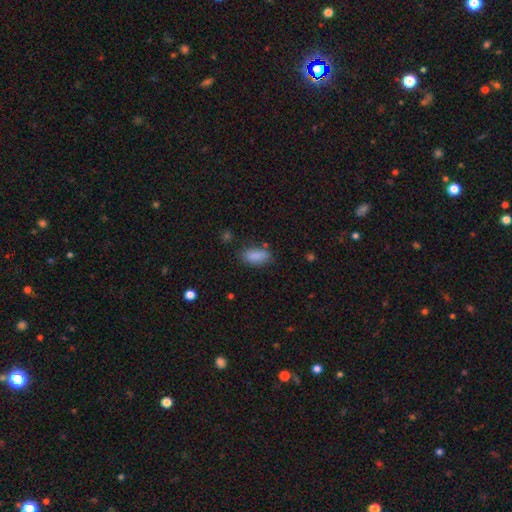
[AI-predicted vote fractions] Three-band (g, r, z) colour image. It shows a smooth galaxy with no disk features (87%) that is in between round and cigar-shaped (88%). Merging: none (75%).